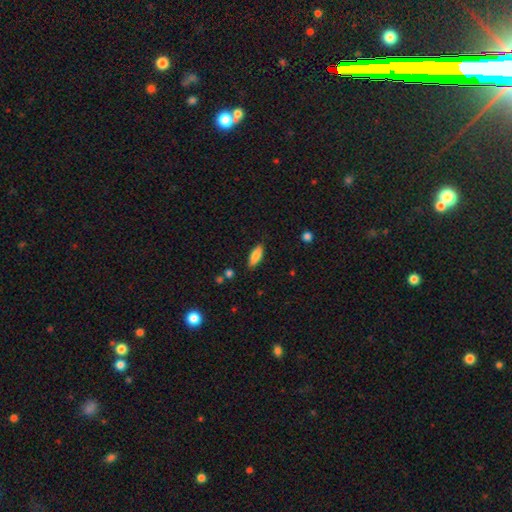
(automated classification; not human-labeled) Smooth or featured: smooth — 84% (featured or disk — 10%)
How rounded: in between — 67% (cigar-shaped — 31%)
Merging: none — 84% (minor disturbance — 12%)